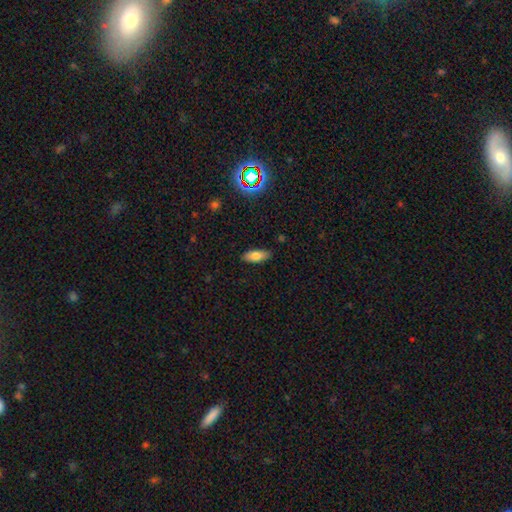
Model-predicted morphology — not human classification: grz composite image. It shows a smooth galaxy with no disk features (76%) that is in between round and cigar-shaped (78%). Merging: none (87%).